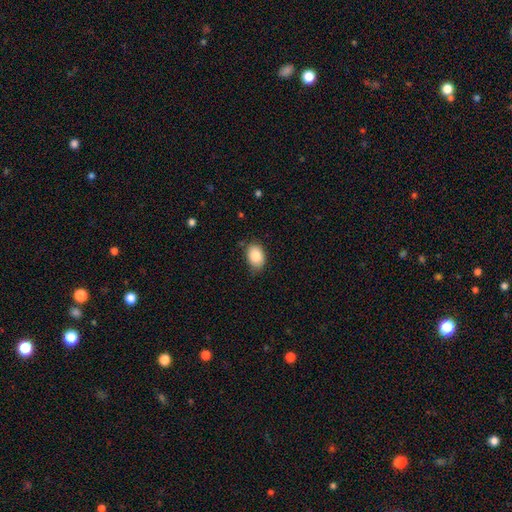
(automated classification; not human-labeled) The model was most divided on "merging": none: 73%, minor disturbance: 22%, major disturbance: 4%, merger: 1%. More confident: smooth or featured — smooth (87%); how rounded — in between (81%).